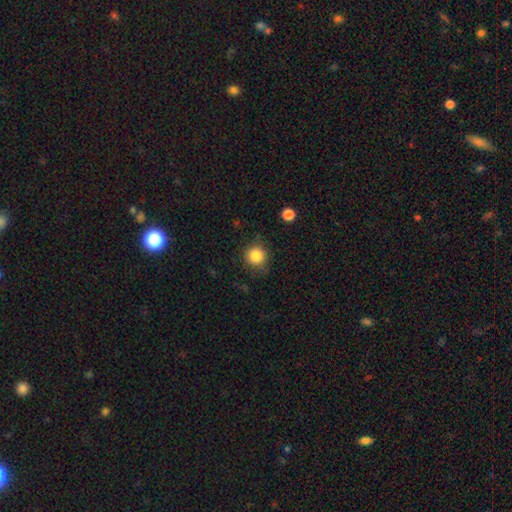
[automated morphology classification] Overall: smooth (85%). How rounded: round (91%). Merging: none (79%).